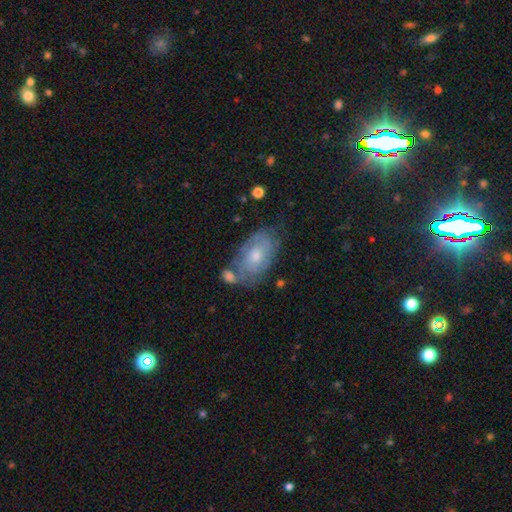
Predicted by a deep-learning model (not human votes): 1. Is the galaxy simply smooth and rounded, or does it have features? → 60% featured or disk, 31% smooth, 9% star or artifact.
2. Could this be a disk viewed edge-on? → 94% no, 6% yes.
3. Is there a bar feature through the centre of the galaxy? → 77% no, 20% weak, 3% strong.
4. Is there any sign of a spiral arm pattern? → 76% yes, 24% no.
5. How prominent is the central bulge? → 56% moderate, 37% small, 4% large, 2% none, 1% dominant.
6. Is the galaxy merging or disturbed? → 58% none, 21% minor disturbance, 13% merger, 8% major disturbance.